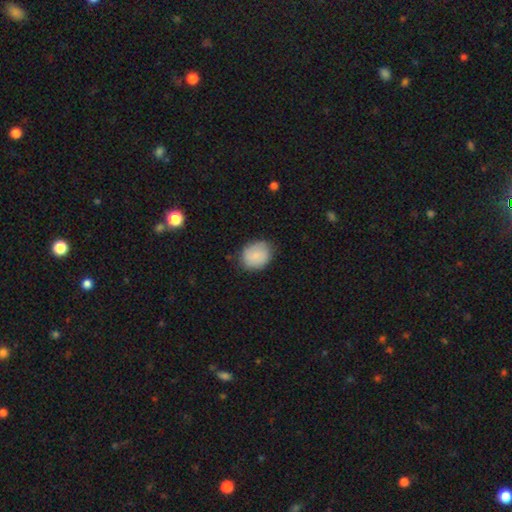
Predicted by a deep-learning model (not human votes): A smooth galaxy with no disk features (84%) that is round (62%). Merging: none (77%).